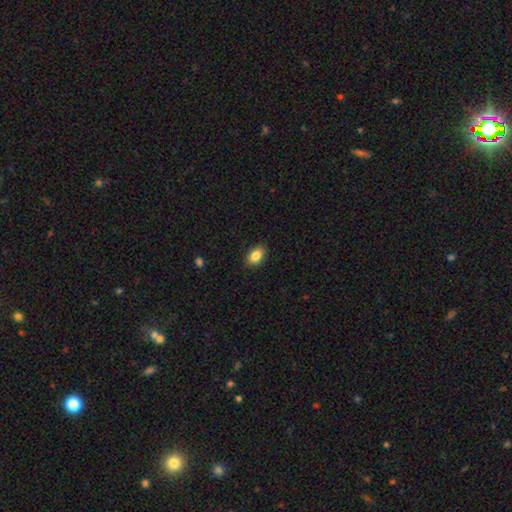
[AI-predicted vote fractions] Overall: smooth (85%). How rounded: in between (86%). Merging: none (88%).